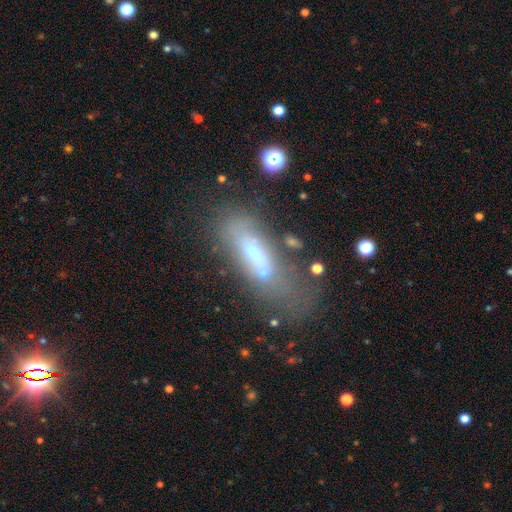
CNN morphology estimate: A featured or disk galaxy (44%, tied with smooth).

Vote fractions:
- Smooth or featured? featured or disk: 44% (tied) / smooth: 44% (tied) / star or artifact: 12%
- Merging? none: 40% / major disturbance: 25% / minor disturbance: 22% / merger: 13%